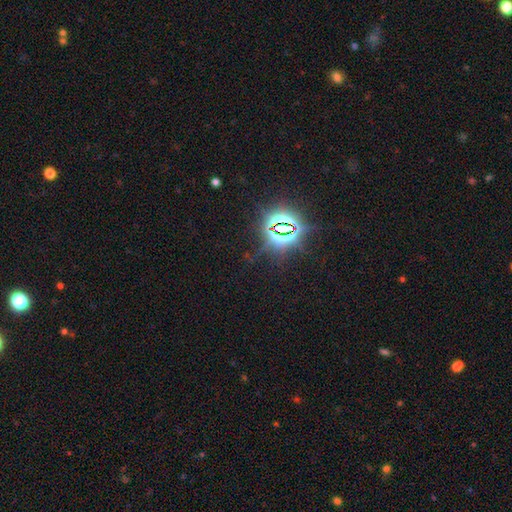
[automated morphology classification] star or artifact 83%, smooth 11%, featured or disk 6%.